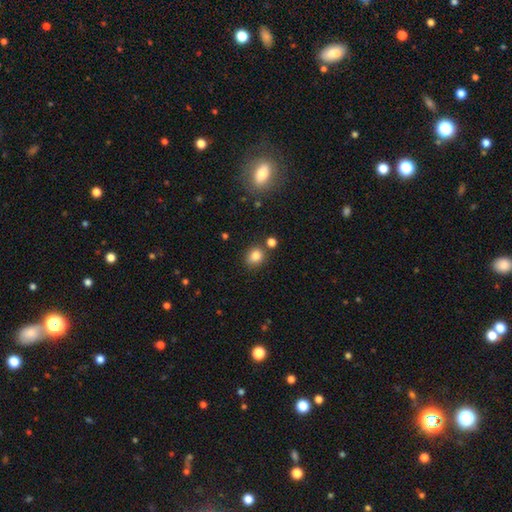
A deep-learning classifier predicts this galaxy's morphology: smooth 82%, star or artifact 12%, featured or disk 6%. Down the decision tree: how rounded — round (68%); merging — none (77%).